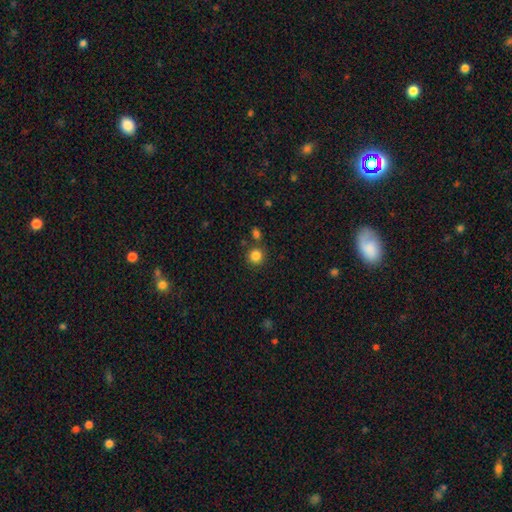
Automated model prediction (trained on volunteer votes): This is clearly a smooth galaxy (84%). How rounded: clearly round (92%). Merging: clearly none (80%).